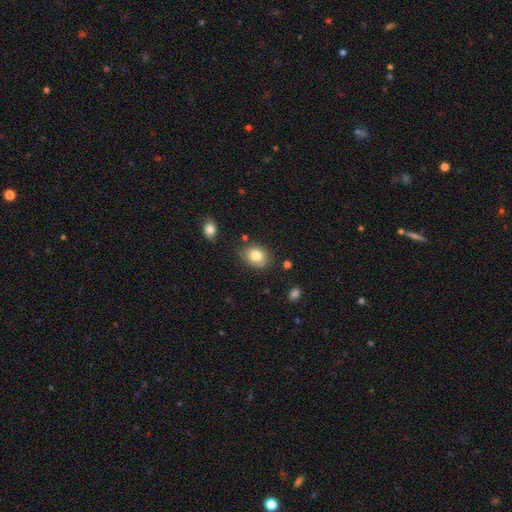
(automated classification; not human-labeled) Smooth or featured?
  - smooth: 81% *
  - featured or disk: 10%
  - star or artifact: 9%
How rounded?
  - in between: 65% *
  - round: 34%
  - cigar-shaped: 1%
Merging?
  - none: 78% *
  - minor disturbance: 16%
  - merger: 3%
  - major disturbance: 3%